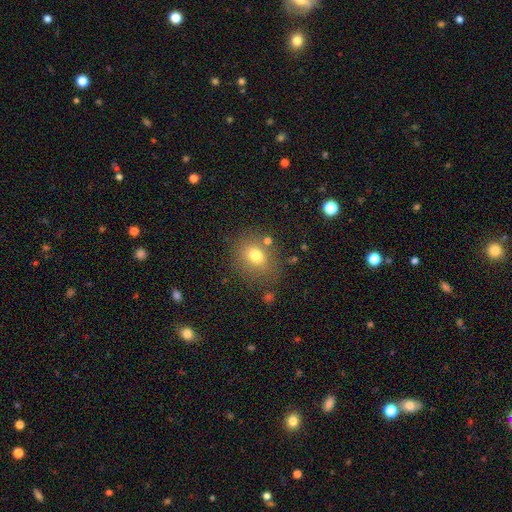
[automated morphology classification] smooth_or_featured: smooth (p=0.74) [alt: star or artifact p=0.14]
how_rounded: round (p=0.61) [alt: in between p=0.37]
merging: none (p=0.75) [alt: minor disturbance p=0.14]